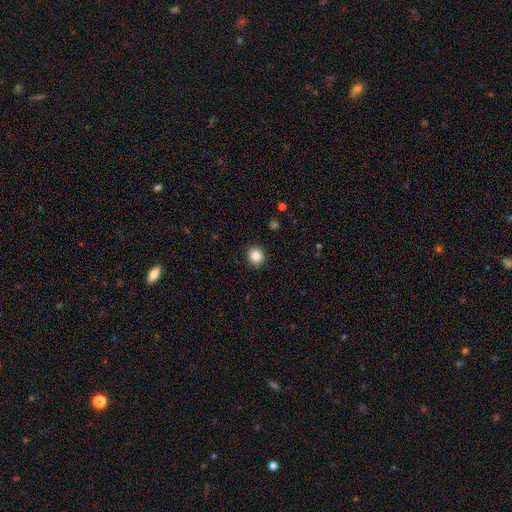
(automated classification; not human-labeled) Smooth or featured: smooth — 86% (star or artifact — 10%)
How rounded: round — 87% (in between — 12%)
Merging: none — 91% (minor disturbance — 6%)